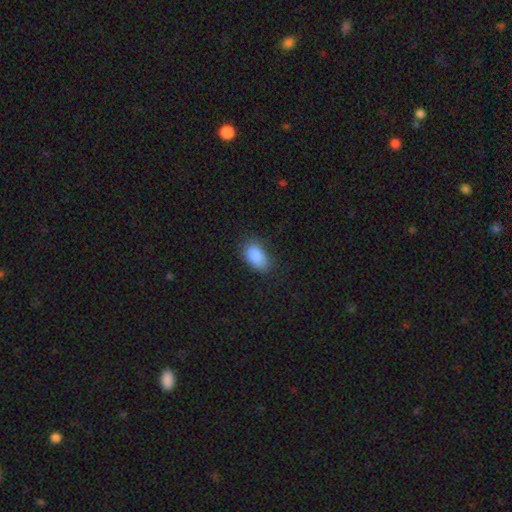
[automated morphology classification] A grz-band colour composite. It shows a smooth galaxy with no disk features (88%) that is in between round and cigar-shaped (92%). Merging: none (77%).